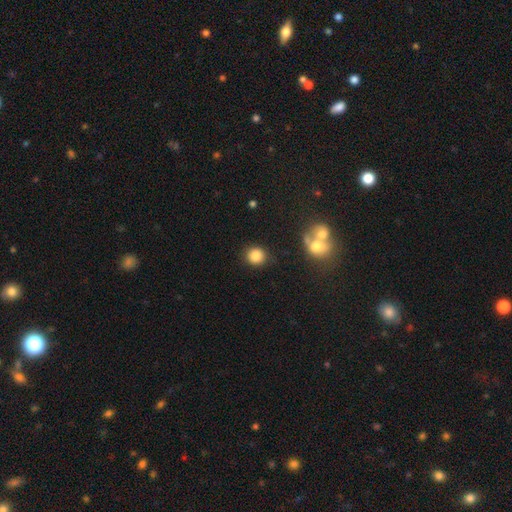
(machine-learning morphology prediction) Overall: smooth (85%). How rounded: round (89%). Merging: none (84%).